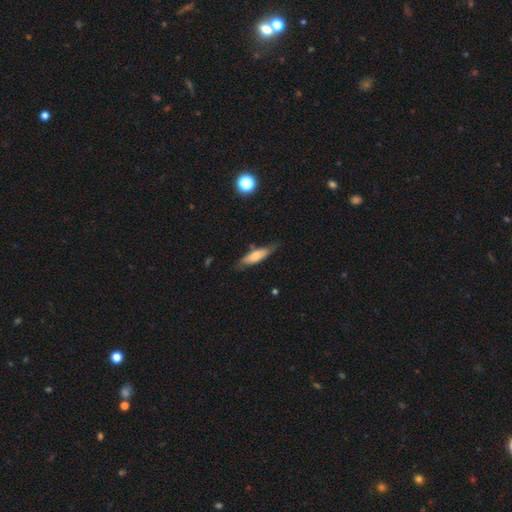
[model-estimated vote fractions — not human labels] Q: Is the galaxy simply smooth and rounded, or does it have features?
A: smooth — 64%.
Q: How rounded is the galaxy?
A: cigar-shaped — 60%.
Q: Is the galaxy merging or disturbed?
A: none — 73%.